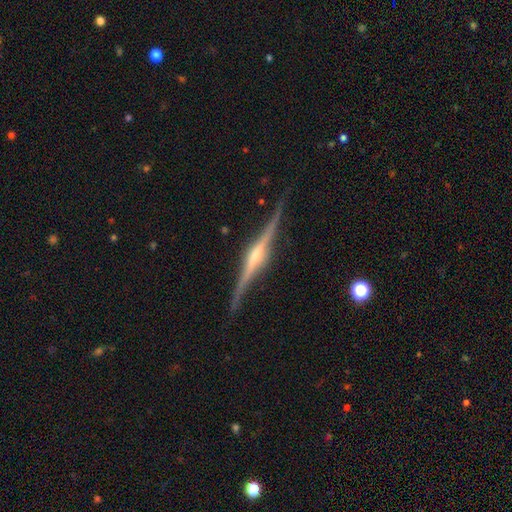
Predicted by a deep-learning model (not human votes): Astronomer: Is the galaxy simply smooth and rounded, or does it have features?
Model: featured or disk — 87%.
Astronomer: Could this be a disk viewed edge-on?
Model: yes — 98%.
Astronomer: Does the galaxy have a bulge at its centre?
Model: rounded — 80%.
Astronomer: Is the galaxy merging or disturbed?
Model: none — 87%.